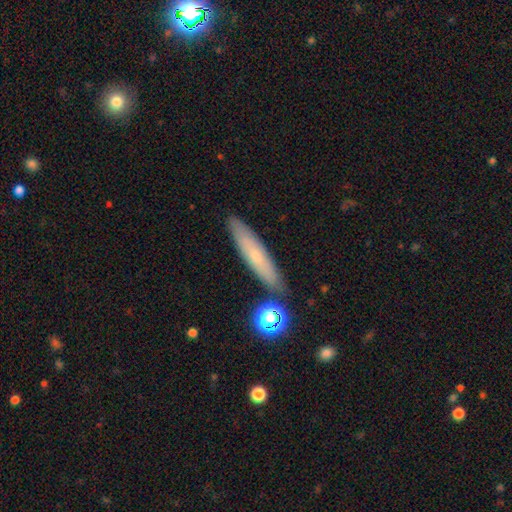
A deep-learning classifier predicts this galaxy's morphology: A smooth galaxy with no disk features (61%) that is cigar-shaped (87%).

Vote fractions:
- Smooth or featured? smooth: 61% / featured or disk: 30% / star or artifact: 9%
- How rounded? cigar-shaped: 87% / in between: 12% / round: 2%
- Merging? none: 85% / minor disturbance: 10% / merger: 3% / major disturbance: 2%